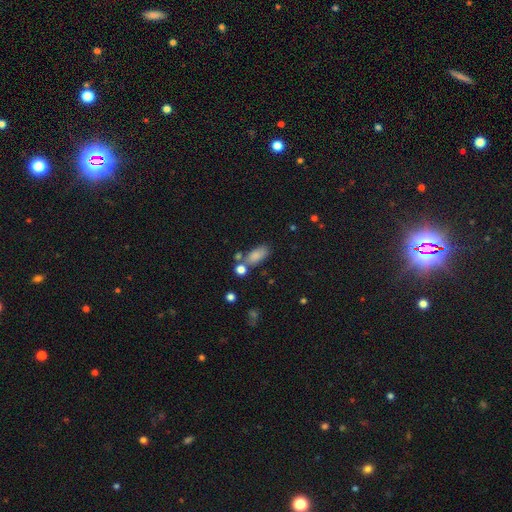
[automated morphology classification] A smooth galaxy with no disk features (82%) that is in between round and cigar-shaped (85%).

Vote fractions:
- Smooth or featured? smooth: 82% / star or artifact: 10% / featured or disk: 8%
- How rounded? in between: 85% / cigar-shaped: 10% / round: 5%
- Merging? none: 60% / merger: 19% / minor disturbance: 16% / major disturbance: 6%